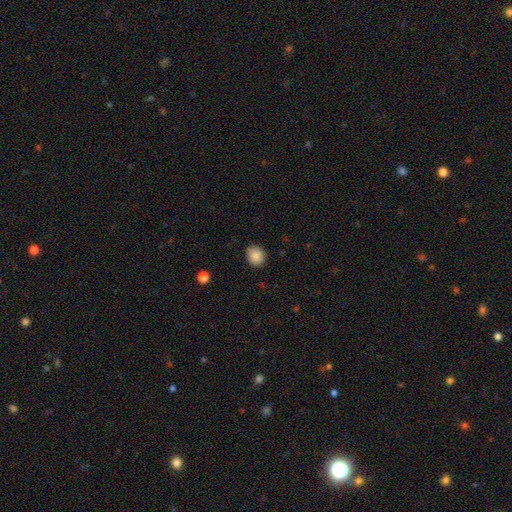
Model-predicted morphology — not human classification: A smooth galaxy with no disk features (88%) that is round (71%).

Vote fractions:
- Smooth or featured? smooth: 88% / star or artifact: 9% / featured or disk: 4%
- How rounded? round: 71% / in between: 28% / cigar-shaped: 1%
- Merging? none: 87% / minor disturbance: 10% / major disturbance: 2% / merger: 1%